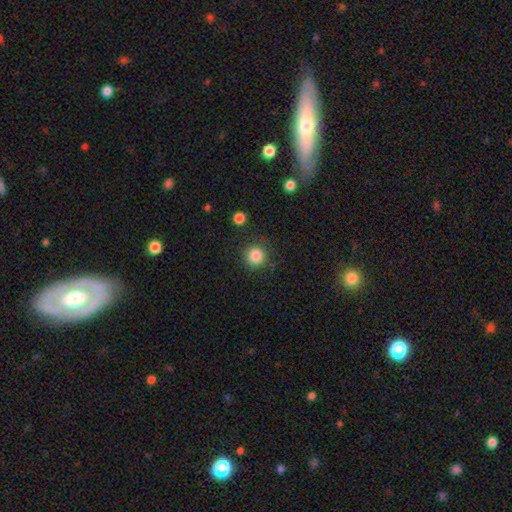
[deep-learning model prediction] smooth-or-featured: smooth: 85% | star or artifact: 11% | featured or disk: 5%
  how-rounded: round: 94% | in between: 5% | cigar-shaped: 1%
  merging: none: 86% | minor disturbance: 9% | major disturbance: 3% | merger: 2%